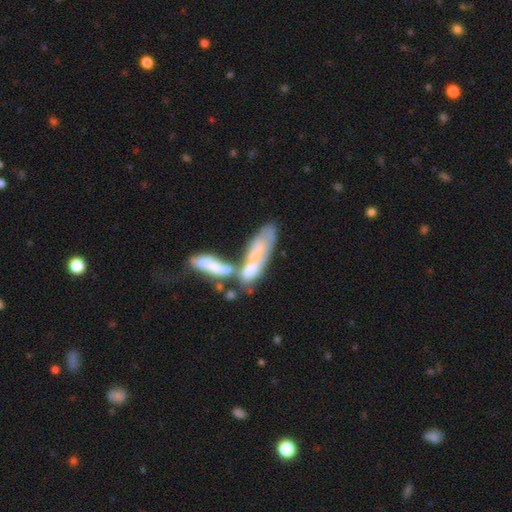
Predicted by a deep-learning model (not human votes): smooth-or-featured: featured or disk: 49% | smooth: 42% | star or artifact: 9%
  merging: merger: 67% | none: 14% | major disturbance: 11% | minor disturbance: 8%